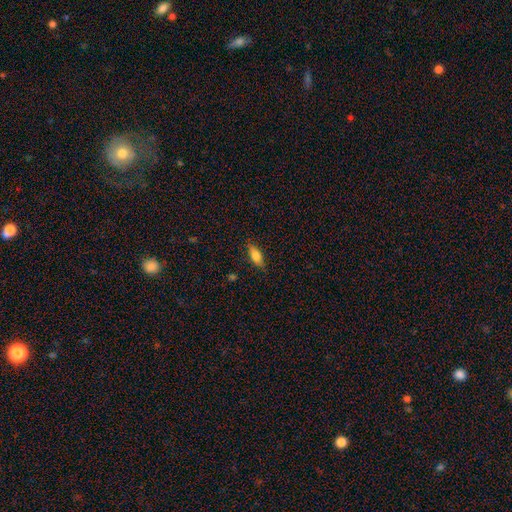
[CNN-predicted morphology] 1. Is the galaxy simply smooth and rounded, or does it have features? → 79% smooth, 14% featured or disk, 7% star or artifact.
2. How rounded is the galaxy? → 75% in between, 22% cigar-shaped, 3% round.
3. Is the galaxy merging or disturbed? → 84% none, 13% minor disturbance, 3% major disturbance, 1% merger.